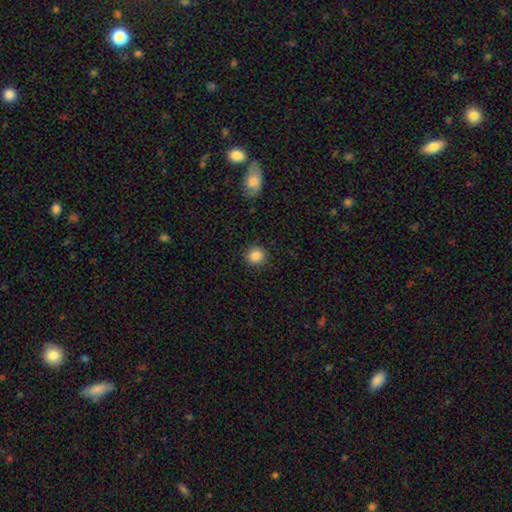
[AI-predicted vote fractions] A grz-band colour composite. It shows a smooth galaxy with no disk features (86%) that is round (90%). Merging: none (90%).